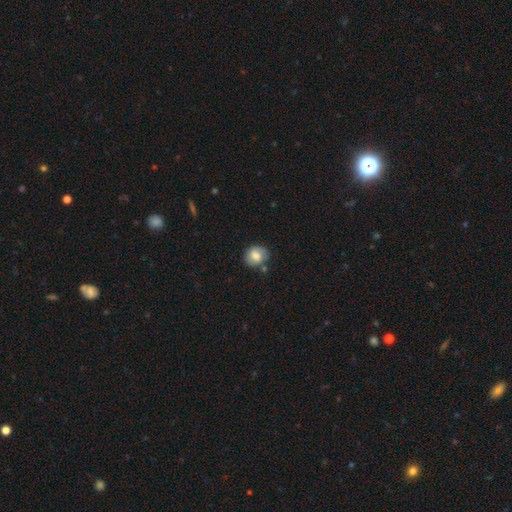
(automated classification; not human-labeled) Smooth or featured? Predicted: smooth (p=0.69). How rounded? Predicted: round (p=0.61). Merging? Predicted: none (p=0.64).